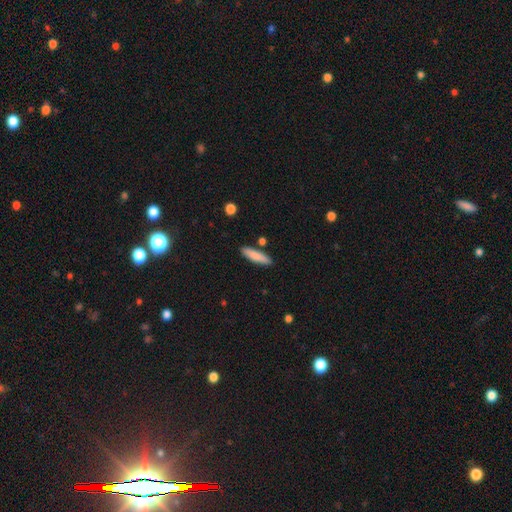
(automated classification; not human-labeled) Smooth or featured? Predicted: smooth (p=0.84). How rounded? Predicted: cigar-shaped (p=0.75). Merging? Predicted: none (p=0.85).